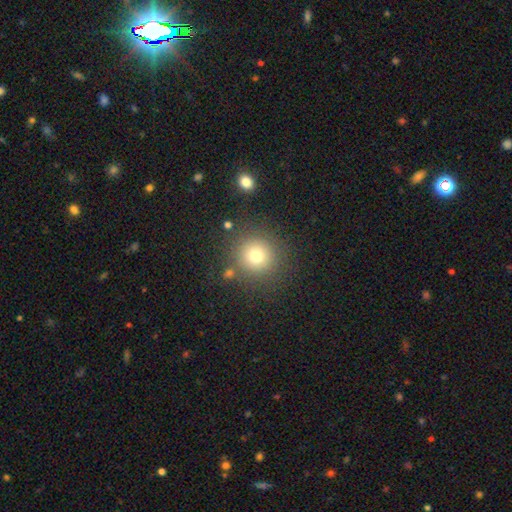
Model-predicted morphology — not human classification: Smooth or featured: smooth — 74% (star or artifact — 16%)
How rounded: round — 94% (in between — 5%)
Merging: none — 84% (minor disturbance — 8%)